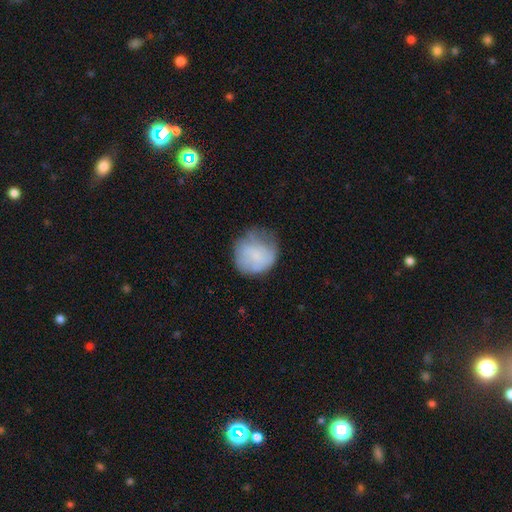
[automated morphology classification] Smooth or featured?
  - smooth: 69% *
  - featured or disk: 23%
  - star or artifact: 8%
How rounded?
  - round: 84% *
  - in between: 15%
  - cigar-shaped: 1%
Merging?
  - none: 49% *
  - minor disturbance: 33%
  - major disturbance: 16%
  - merger: 2%